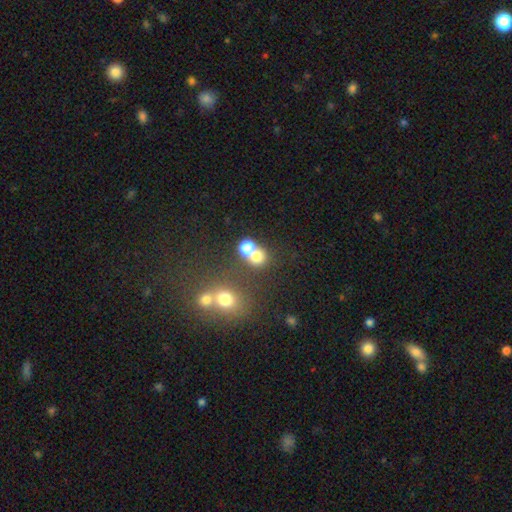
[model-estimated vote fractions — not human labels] Q: Smooth or featured?
A: smooth (71%); runner-up: star or artifact (15%)
Q: How rounded?
A: round (79%); runner-up: in between (20%)
Q: Merging?
A: merger (48%); runner-up: none (40%)